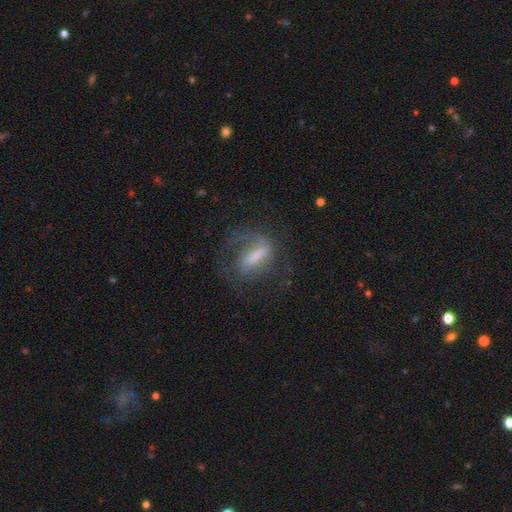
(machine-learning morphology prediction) Overall: featured or disk (64%; smooth 26%). Edge-on disk: no (84%). Bar: strong (64%; weak 25%). Spiral arms: yes (74%). Bulge size: moderate (31%; small 29%). Merging: none (52%; major disturbance 27%).